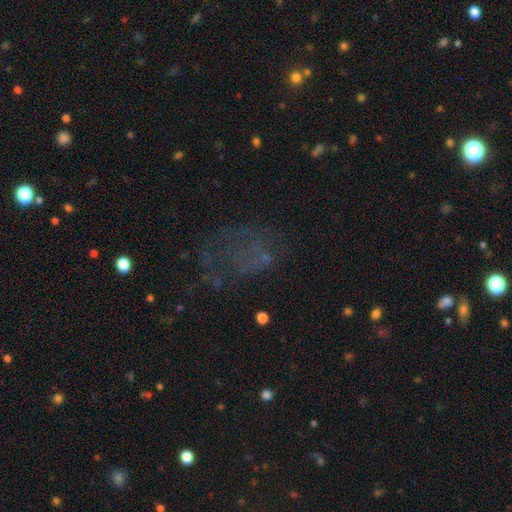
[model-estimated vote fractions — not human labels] Morphology: type=featured or disk (34%, tied with smooth); merging=none (42%).